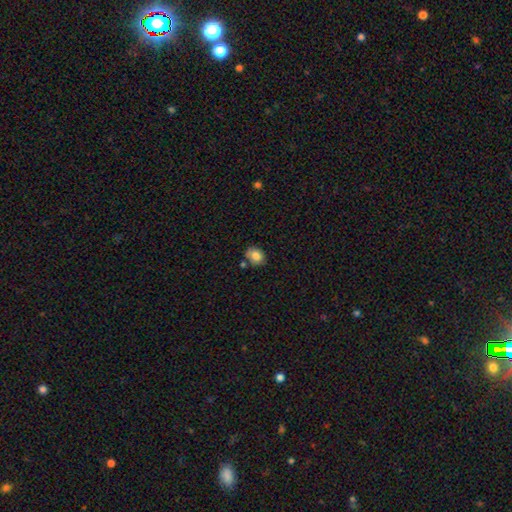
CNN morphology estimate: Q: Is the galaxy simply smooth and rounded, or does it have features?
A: smooth — 79%.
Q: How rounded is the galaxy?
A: round — 53%.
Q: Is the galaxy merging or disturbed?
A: none — 68%.